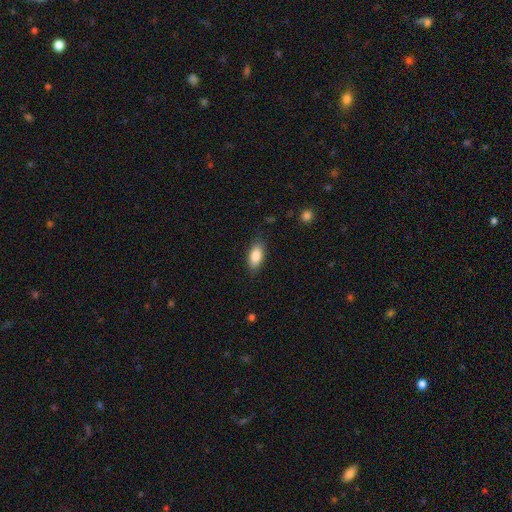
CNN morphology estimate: This appears to be a smooth galaxy with no disk features (86%) that is in between round and cigar-shaped (87%). Merging: none (83%).